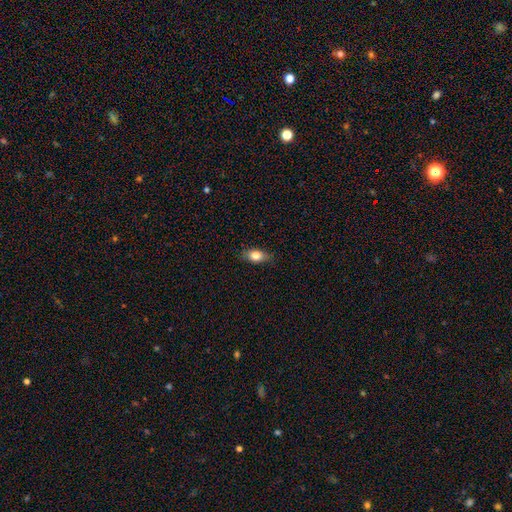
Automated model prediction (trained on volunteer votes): smooth-or-featured: smooth: 83% | featured or disk: 9% | star or artifact: 8%
  how-rounded: in between: 81% | round: 14% | cigar-shaped: 5%
  merging: none: 78% | minor disturbance: 17% | major disturbance: 3% | merger: 1%